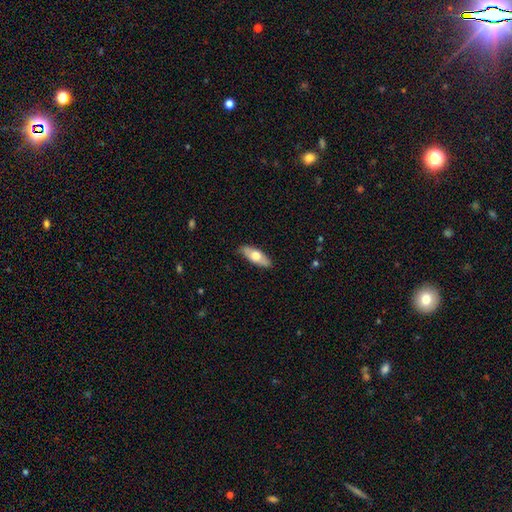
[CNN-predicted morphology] A smooth galaxy with no disk features (62%) that is in between round and cigar-shaped (74%).

Vote fractions:
- Smooth or featured? smooth: 62% / featured or disk: 33% / star or artifact: 5%
- How rounded? in between: 74% / cigar-shaped: 23% / round: 3%
- Merging? none: 84% / minor disturbance: 13% / major disturbance: 2% / merger: 1%